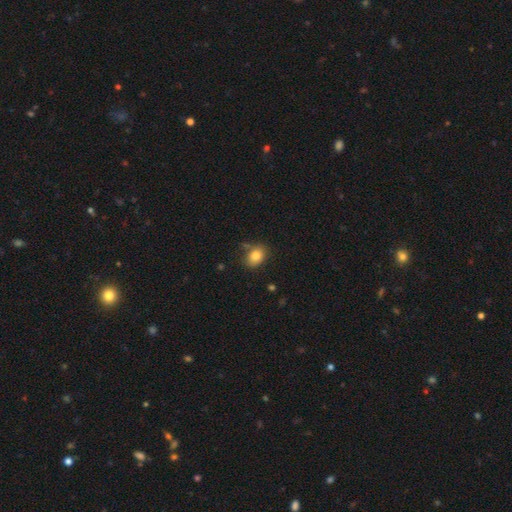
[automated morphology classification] The model was most divided on "how rounded": in between: 65%, round: 34%, cigar-shaped: 1%. More confident: smooth or featured — smooth (82%); merging — none (71%).